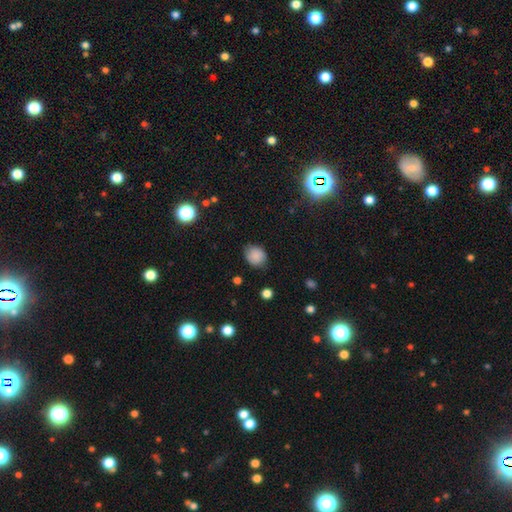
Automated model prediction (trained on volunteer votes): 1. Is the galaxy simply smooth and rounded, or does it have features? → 85% smooth, 10% star or artifact, 6% featured or disk.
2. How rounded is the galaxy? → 59% round, 40% in between, 1% cigar-shaped.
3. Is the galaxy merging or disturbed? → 76% none, 19% minor disturbance, 4% major disturbance, 1% merger.